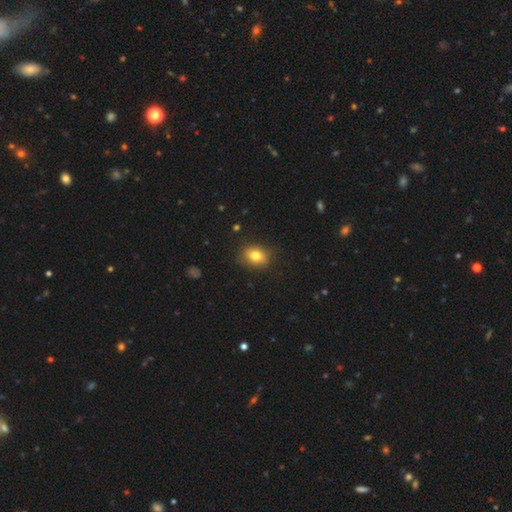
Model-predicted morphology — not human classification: smooth_or_featured: smooth (p=0.81) [alt: featured or disk p=0.10]
how_rounded: in between (p=0.60) [alt: round p=0.38]
merging: none (p=0.83) [alt: minor disturbance p=0.13]